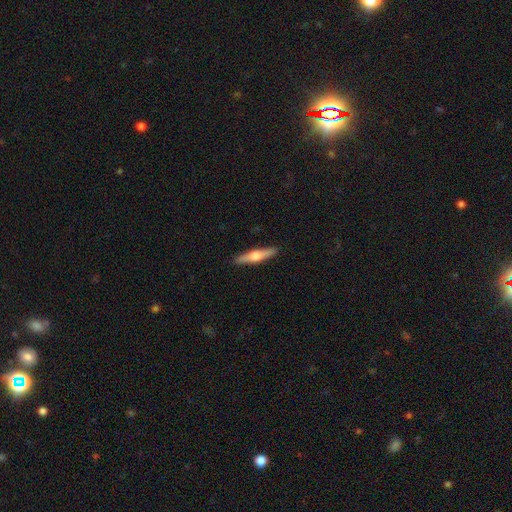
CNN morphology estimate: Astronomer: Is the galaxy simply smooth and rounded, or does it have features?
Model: featured or disk — 55% (runner-up: smooth, 40%).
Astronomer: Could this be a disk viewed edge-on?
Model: yes — 96%.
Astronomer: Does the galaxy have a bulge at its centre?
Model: rounded — 91%.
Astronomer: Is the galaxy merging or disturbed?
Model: none — 91%.